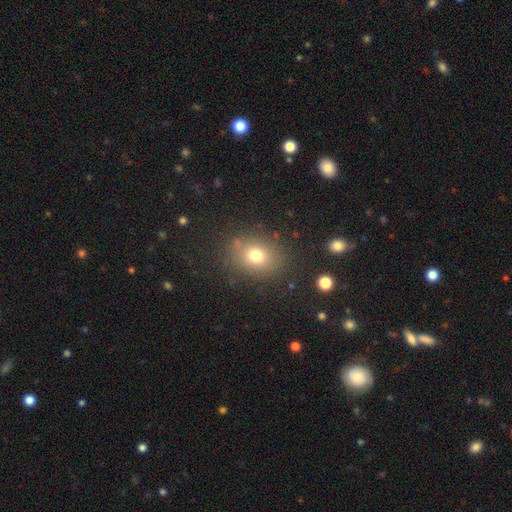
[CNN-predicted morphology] This appears to be a smooth galaxy with no disk features (74%) that is round (56%). Merging: none (81%).